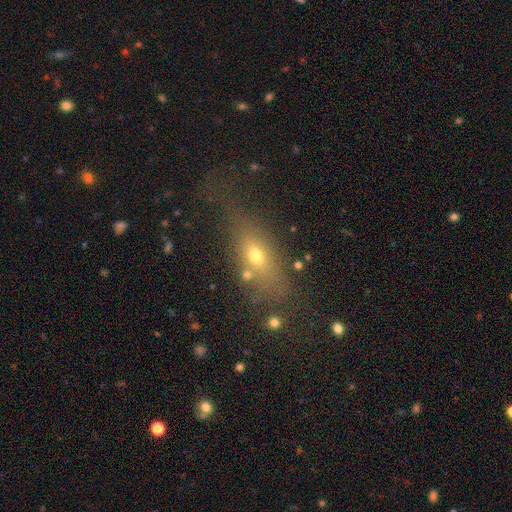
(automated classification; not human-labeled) This appears to be a smooth galaxy with no disk features (59%) that is in between round and cigar-shaped (65%). Merging: none (55%).